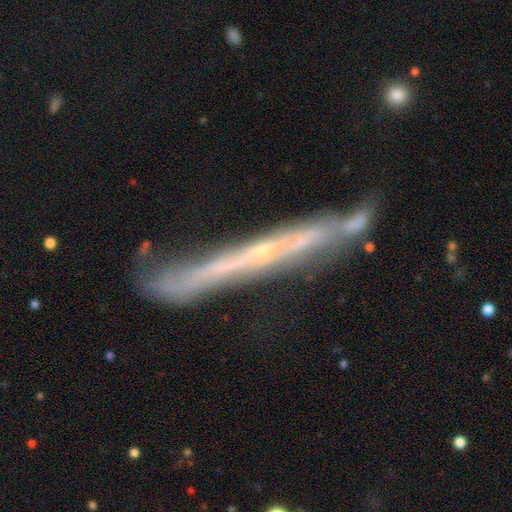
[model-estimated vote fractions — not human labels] Morphology: type=featured or disk (74%); edge-on=yes (87%); edge-on bulge=none (62%); merging=none (68%).